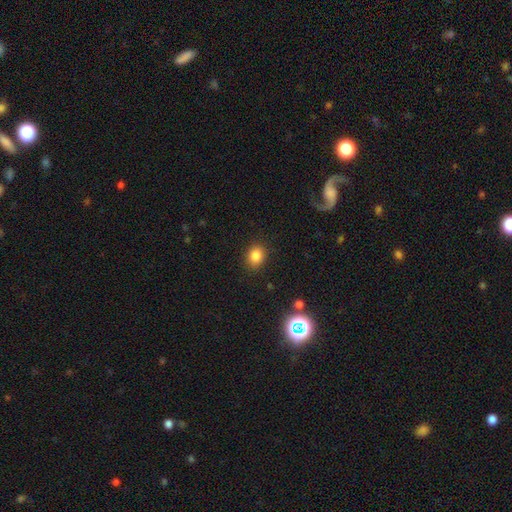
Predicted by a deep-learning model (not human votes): This appears to be a smooth galaxy with no disk features (83%) that is round (56%). Merging: none (88%).